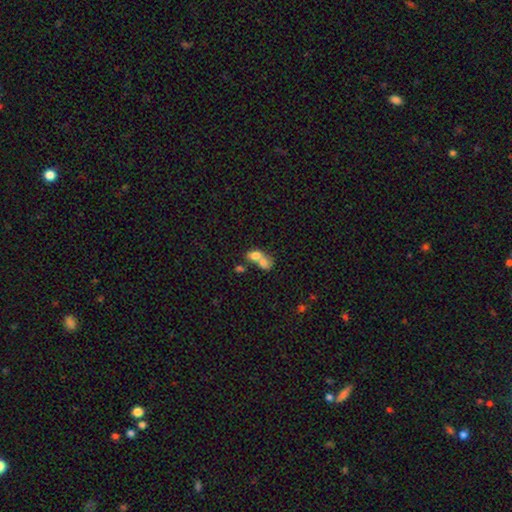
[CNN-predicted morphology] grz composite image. It shows a smooth galaxy with no disk features (73%) that is in between round and cigar-shaped (68%). Merging: merger (74%).